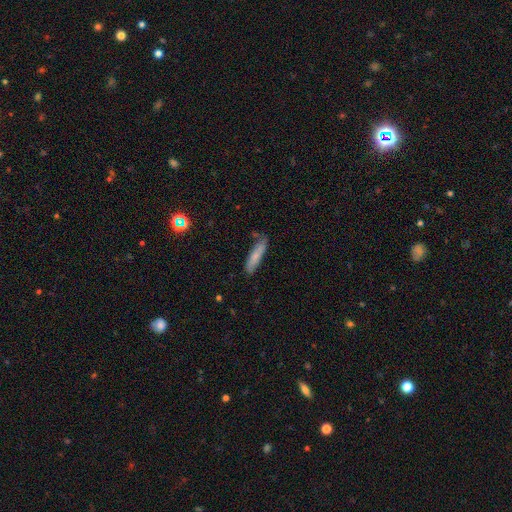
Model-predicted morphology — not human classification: The model was most divided on "merging": none: 73%, minor disturbance: 20%, merger: 4%, major disturbance: 4%. More confident: how rounded — cigar-shaped (83%); smooth or featured — smooth (75%).